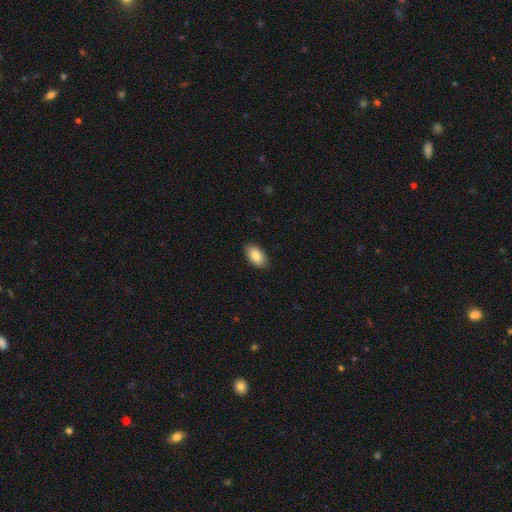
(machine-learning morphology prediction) Smooth or featured: smooth — 84% (featured or disk — 9%)
How rounded: in between — 94% (round — 4%)
Merging: none — 87% (minor disturbance — 10%)